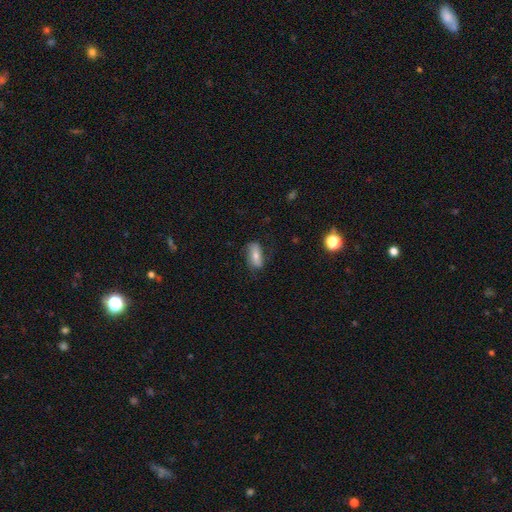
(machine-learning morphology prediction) Smooth or featured? Predicted: smooth (p=0.58). How rounded? Predicted: in between (p=0.81). Merging? Predicted: none (p=0.70).